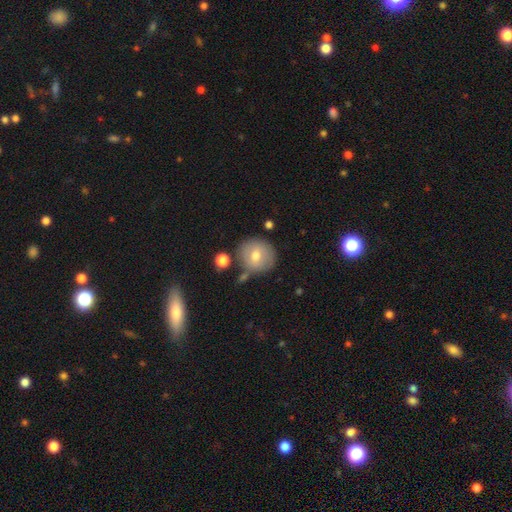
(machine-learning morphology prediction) This is likely a smooth galaxy (68%). How rounded: clearly round (90%). Merging: likely none (77%).